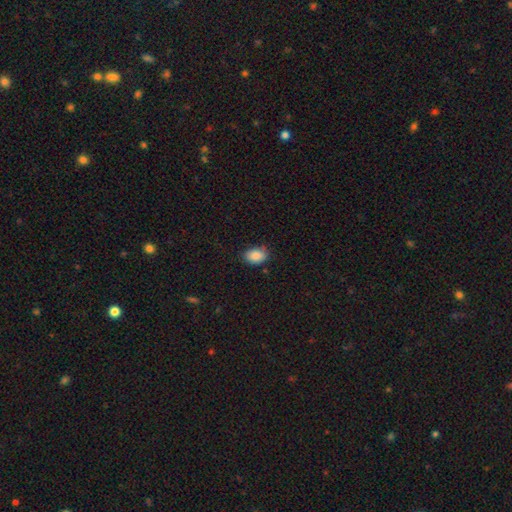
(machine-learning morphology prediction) Overall: smooth (87%). How rounded: in between (78%). Merging: none (77%).